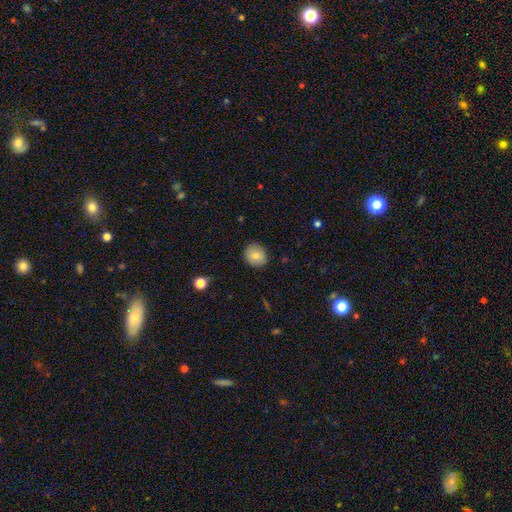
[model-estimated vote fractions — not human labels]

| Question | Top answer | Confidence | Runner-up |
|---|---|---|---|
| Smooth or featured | smooth | 77% | featured or disk (14%) |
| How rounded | round | 81% | in between (18%) |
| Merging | none | 85% | minor disturbance (11%) |